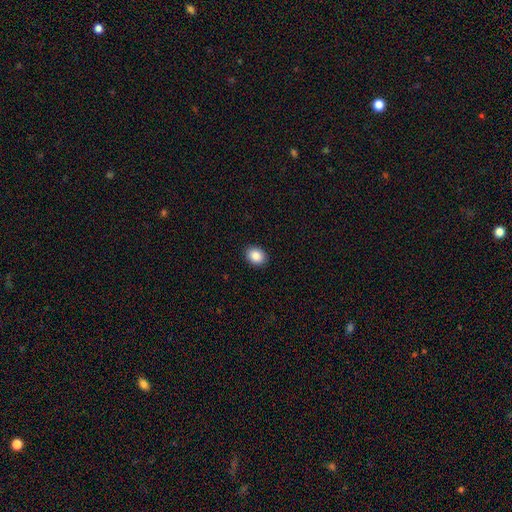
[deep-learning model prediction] Overall: smooth (88%). How rounded: in between (61%; round 38%). Merging: none (90%).